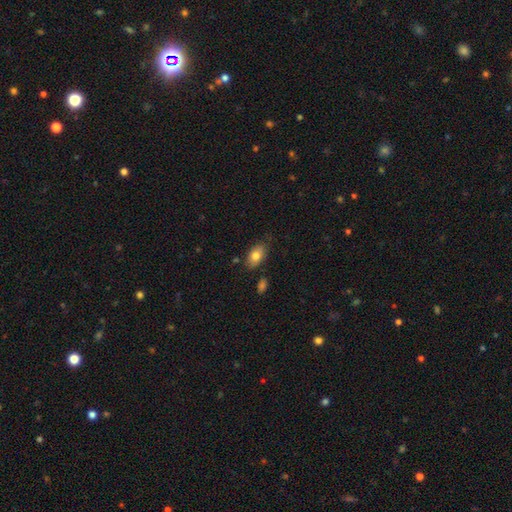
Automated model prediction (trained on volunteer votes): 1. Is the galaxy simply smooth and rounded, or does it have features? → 80% smooth, 13% featured or disk, 7% star or artifact.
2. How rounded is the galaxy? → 91% in between, 7% round, 2% cigar-shaped.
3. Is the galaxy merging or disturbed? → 78% none, 16% minor disturbance, 3% merger, 3% major disturbance.